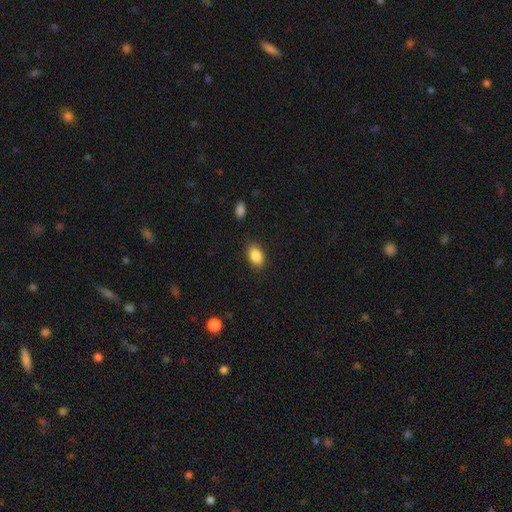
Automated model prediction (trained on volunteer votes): smooth_or_featured: smooth (p=0.88) [alt: star or artifact p=0.08]
how_rounded: in between (p=0.89) [alt: round p=0.09]
merging: none (p=0.86) [alt: minor disturbance p=0.10]